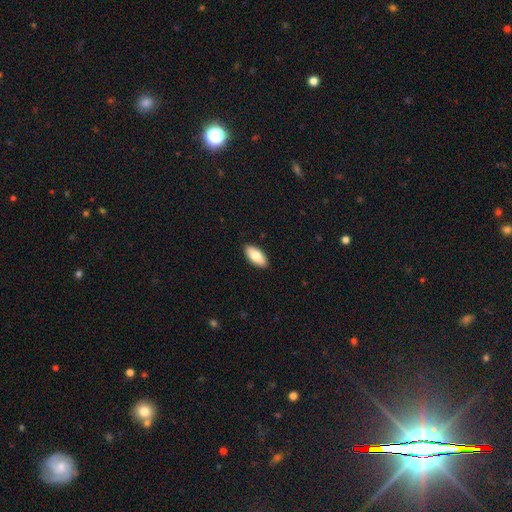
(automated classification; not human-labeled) smooth 80%, featured or disk 14%, star or artifact 6%. Down the decision tree: how rounded — in between (89%); merging — none (90%).